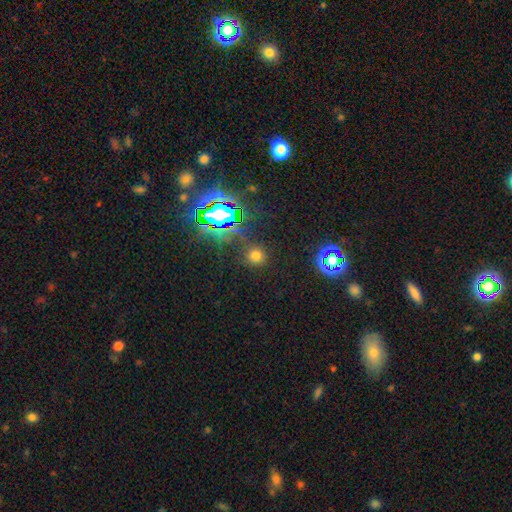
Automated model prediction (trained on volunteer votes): Smooth or featured? Predicted: smooth (p=0.64). How rounded? Predicted: round (p=0.91). Merging? Predicted: none (p=0.86).